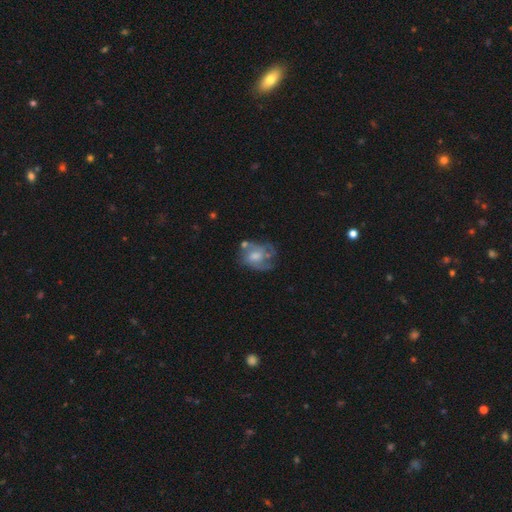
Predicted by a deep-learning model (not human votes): Q: Smooth or featured?
A: featured or disk (55%); runner-up: smooth (36%)
Q: Edge-on disk?
A: no (97%); runner-up: yes (3%)
Q: Bar?
A: no (71%); runner-up: weak (25%)
Q: Spiral arms?
A: yes (50%); tied with: no (50%)
Q: Bulge size?
A: moderate (52%); runner-up: small (24%)
Q: Merging?
A: none (40%); runner-up: minor disturbance (25%)